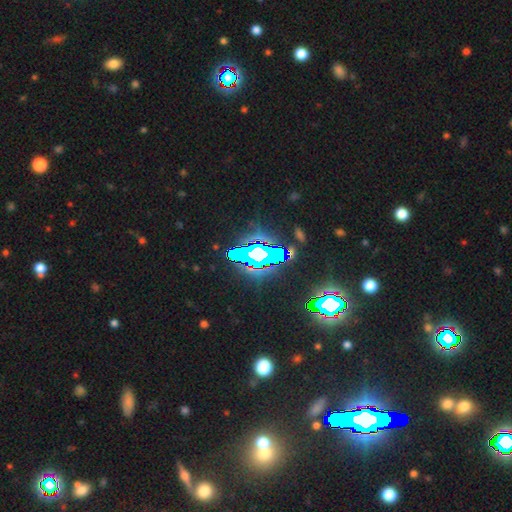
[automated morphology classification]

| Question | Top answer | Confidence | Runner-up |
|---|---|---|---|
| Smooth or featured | star or artifact | 73% | featured or disk (14%) |